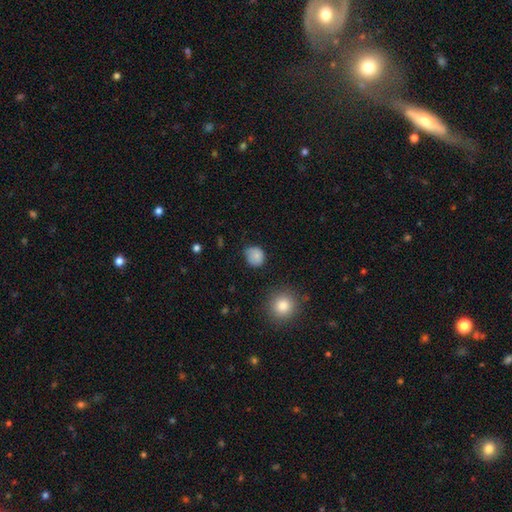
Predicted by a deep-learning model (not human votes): This appears to be a smooth galaxy with no disk features (79%) that is round (76%). Merging: none (58%).